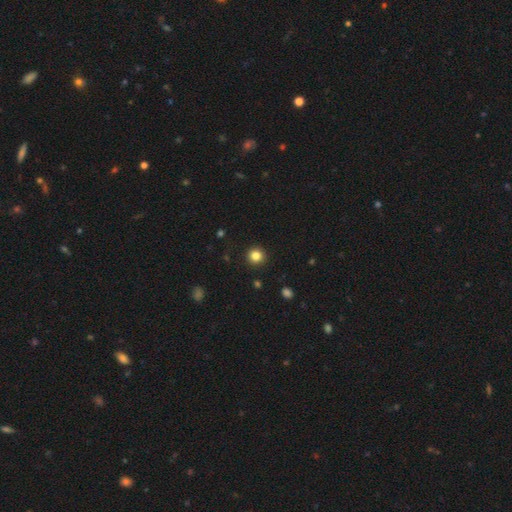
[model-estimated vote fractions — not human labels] smooth-or-featured: smooth: 84% | star or artifact: 12% | featured or disk: 4%
  how-rounded: round: 94% | in between: 5% | cigar-shaped: 1%
  merging: none: 92% | minor disturbance: 5% | major disturbance: 2% | merger: 1%